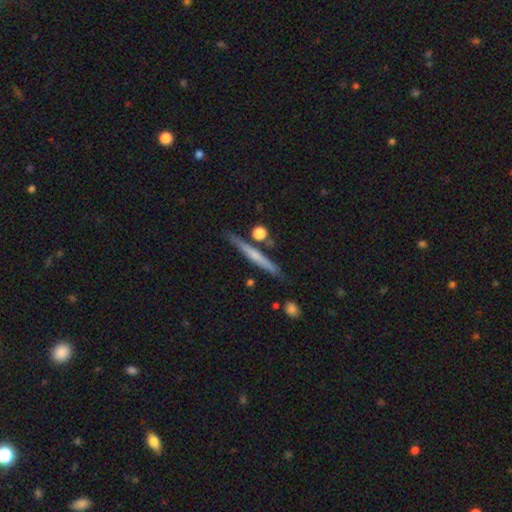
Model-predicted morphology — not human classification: A featured or disk galaxy (49%).

Vote fractions:
- Smooth or featured? featured or disk: 49% / smooth: 45% / star or artifact: 6%
- Merging? none: 84% / minor disturbance: 9% / merger: 5% / major disturbance: 2%